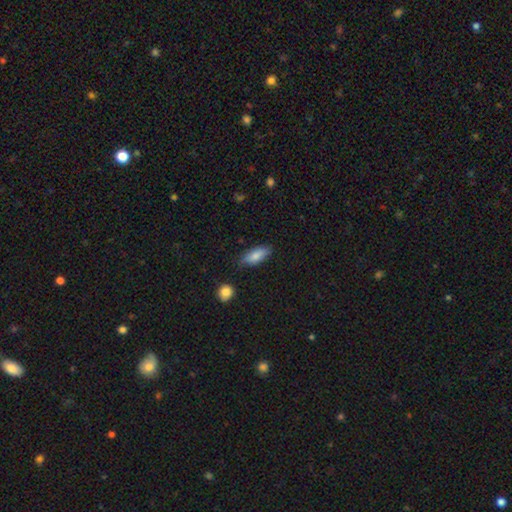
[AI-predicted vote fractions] This appears to be a smooth galaxy with no disk features (80%) that is in between round and cigar-shaped (77%). Merging: none (76%).